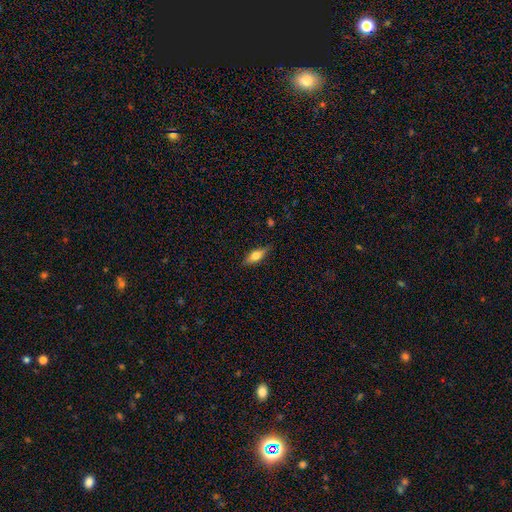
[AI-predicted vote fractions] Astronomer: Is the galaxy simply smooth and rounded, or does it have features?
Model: smooth — 59%.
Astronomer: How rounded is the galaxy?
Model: in between — 63%.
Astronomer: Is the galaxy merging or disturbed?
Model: none — 82%.